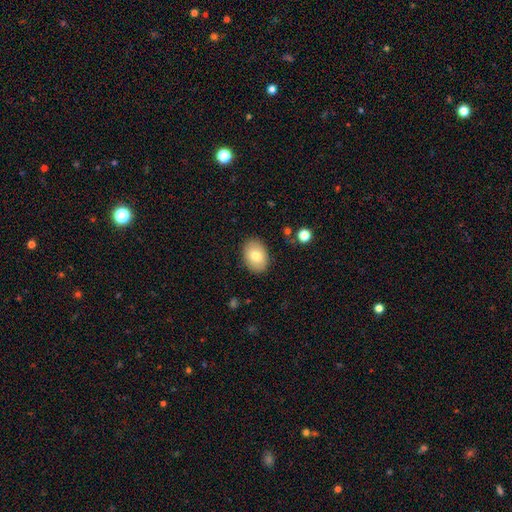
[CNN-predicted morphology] This appears to be a smooth galaxy with no disk features (77%) that is in between round and cigar-shaped (78%). Merging: none (86%).